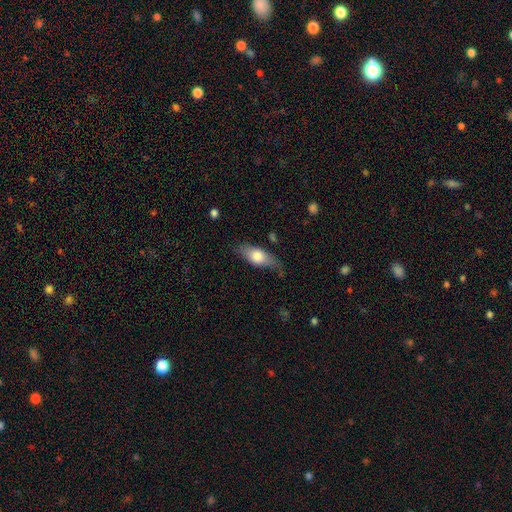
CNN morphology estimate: The model was most divided on "smooth or featured": smooth: 66%, featured or disk: 29%, star or artifact: 6%. More confident: how rounded — in between (74%); merging — none (69%).